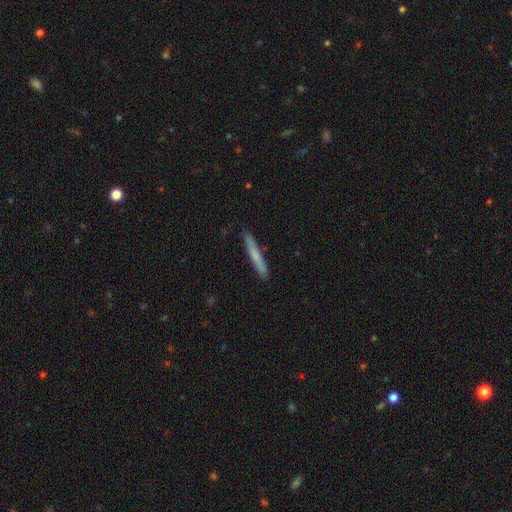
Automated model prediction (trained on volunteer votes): The model was most divided on "smooth or featured": smooth: 66%, featured or disk: 28%, star or artifact: 6%. More confident: how rounded — cigar-shaped (96%); merging — none (89%).